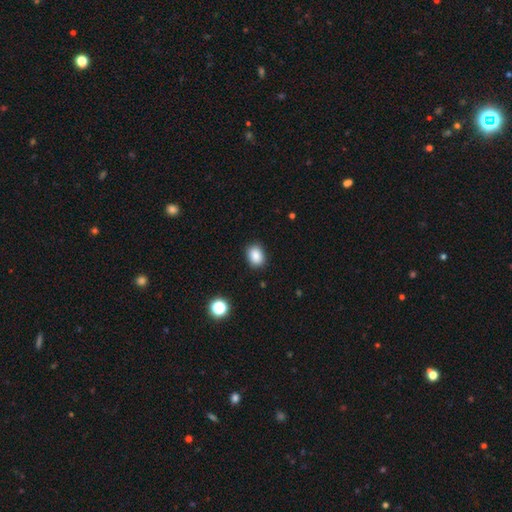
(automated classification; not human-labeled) This appears to be a smooth galaxy with no disk features (87%) that is in between round and cigar-shaped (62%). Merging: none (87%).